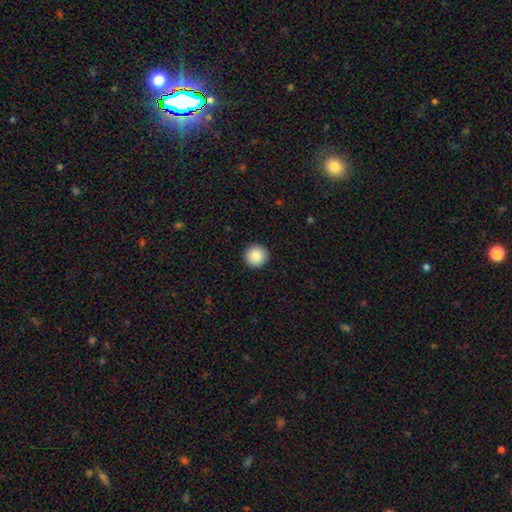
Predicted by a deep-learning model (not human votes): Morphology: type=smooth (87%); roundness=round (96%); merging=none (93%).